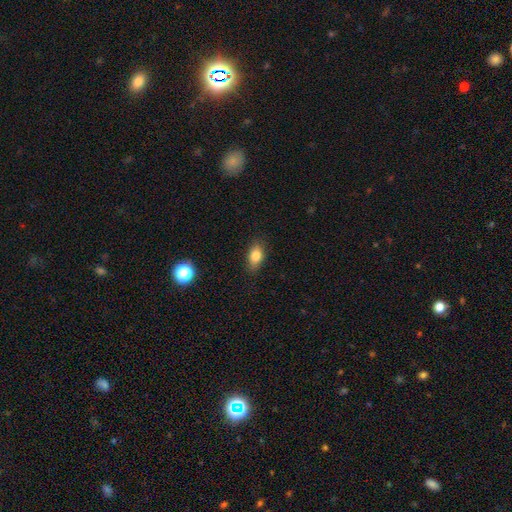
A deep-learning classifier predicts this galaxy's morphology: Overall: smooth (80%). How rounded: in between (83%). Merging: none (84%).